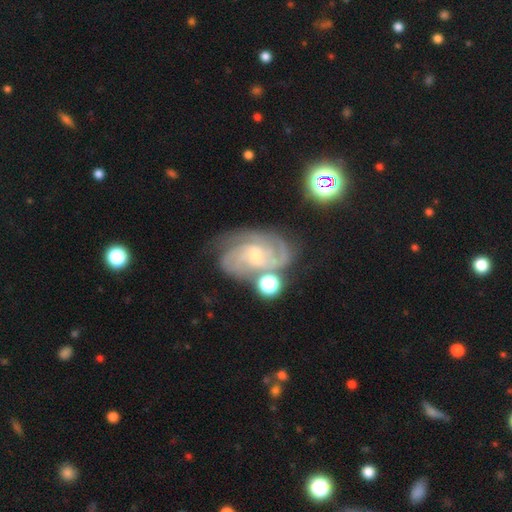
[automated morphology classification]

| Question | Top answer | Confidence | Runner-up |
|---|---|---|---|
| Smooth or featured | featured or disk | 85% | star or artifact (7%) |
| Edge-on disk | no | 97% | yes (3%) |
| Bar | weak | 48% | no (42%) |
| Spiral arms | yes | 97% | no (3%) |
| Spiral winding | tight | 55% | medium (38%) |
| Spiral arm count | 3 | 29% | 2 (27%) |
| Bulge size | small | 58% | moderate (32%) |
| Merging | none | 63% | minor disturbance (19%) |